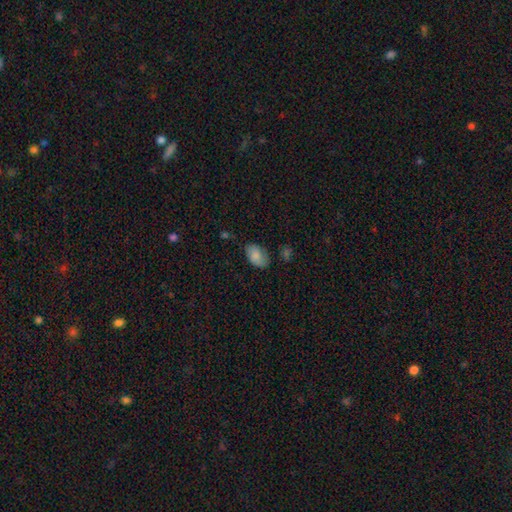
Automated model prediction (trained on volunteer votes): smooth_or_featured: smooth (p=0.82) [alt: featured or disk p=0.10]
how_rounded: in between (p=0.92) [alt: round p=0.06]
merging: none (p=0.64) [alt: minor disturbance p=0.27]